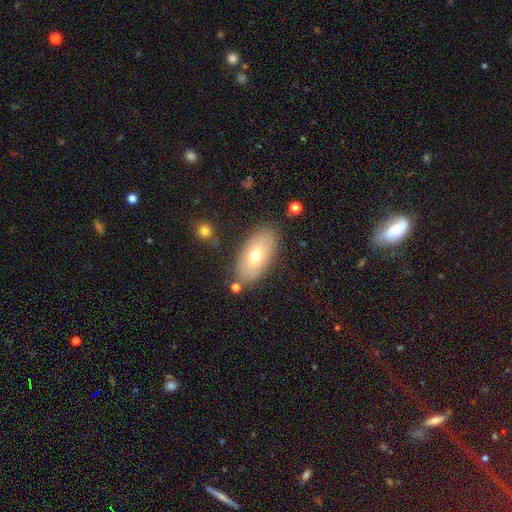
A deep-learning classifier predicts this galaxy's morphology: A smooth galaxy with no disk features (68%) that is in between round and cigar-shaped (91%). Merging: none (81%).